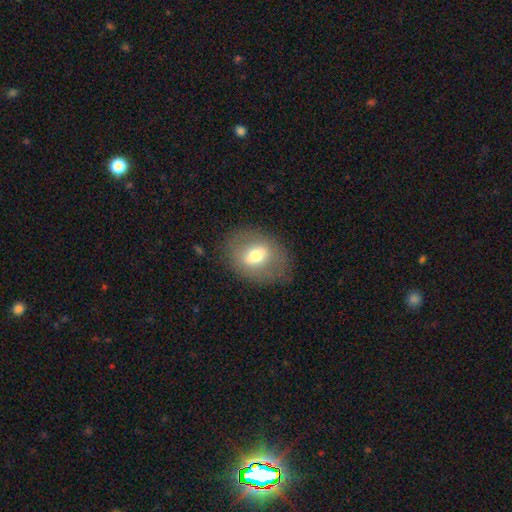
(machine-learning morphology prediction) smooth 59%, featured or disk 32%, star or artifact 9%. Down the decision tree: how rounded — in between (61%); merging — none (79%).